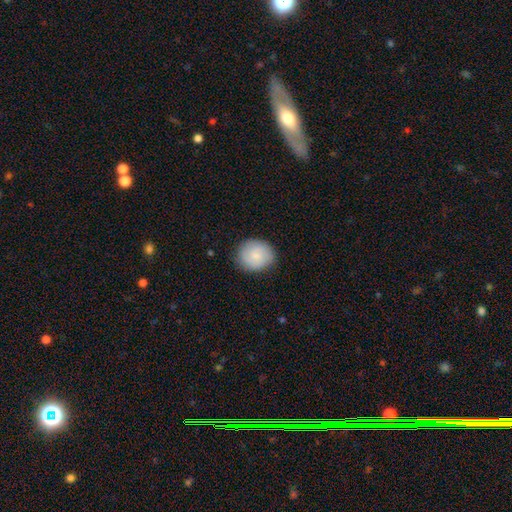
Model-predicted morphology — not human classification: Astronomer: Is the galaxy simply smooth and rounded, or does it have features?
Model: smooth — 74%.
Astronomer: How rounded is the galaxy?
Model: round — 75%.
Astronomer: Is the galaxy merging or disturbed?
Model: none — 84%.